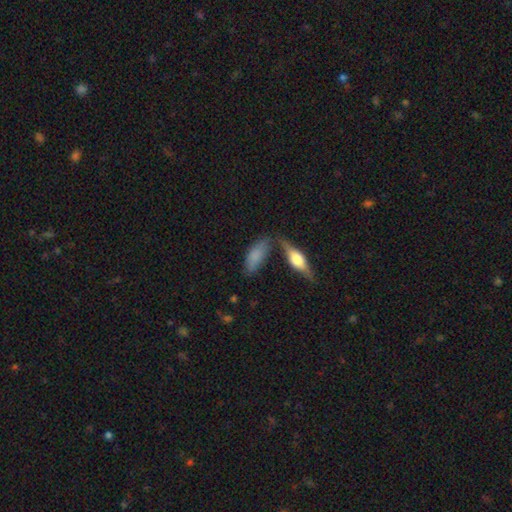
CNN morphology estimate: Smooth or featured: smooth — 74% (featured or disk — 18%)
How rounded: in between — 74% (cigar-shaped — 22%)
Merging: none — 57% (minor disturbance — 22%)